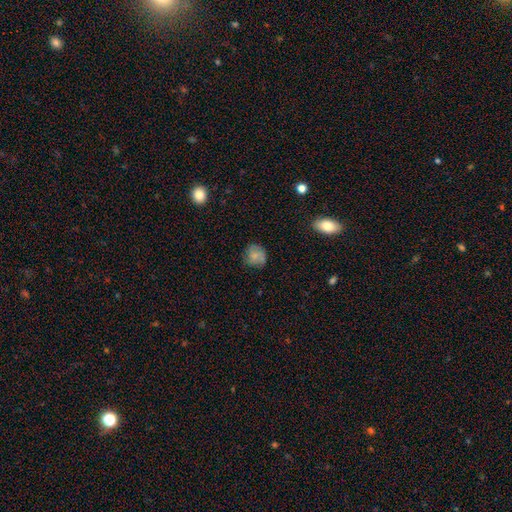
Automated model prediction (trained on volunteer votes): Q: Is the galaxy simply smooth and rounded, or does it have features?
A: smooth — 71%.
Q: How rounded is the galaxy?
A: round — 80%.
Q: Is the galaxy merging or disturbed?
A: none — 68%.